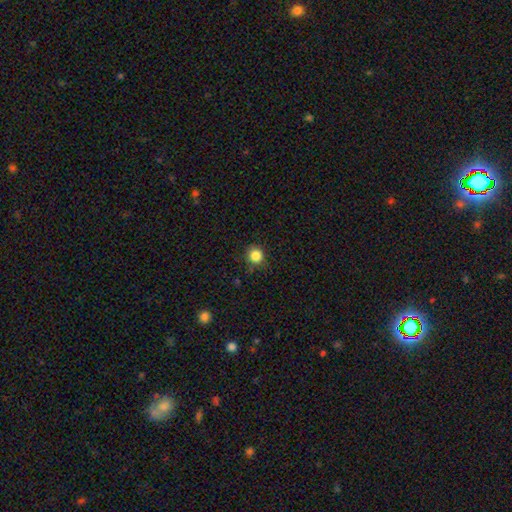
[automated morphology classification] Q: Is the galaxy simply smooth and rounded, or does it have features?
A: smooth — 85%.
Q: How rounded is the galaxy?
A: round — 92%.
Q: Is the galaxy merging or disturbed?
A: none — 85%.